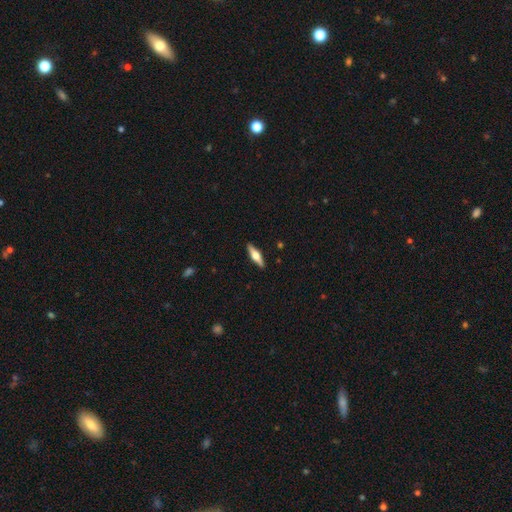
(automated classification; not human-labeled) Smooth or featured? featured or disk (58%)
Edge-on disk? yes (96%)
Edge-on bulge? rounded (93%)
Merging? none (91%)